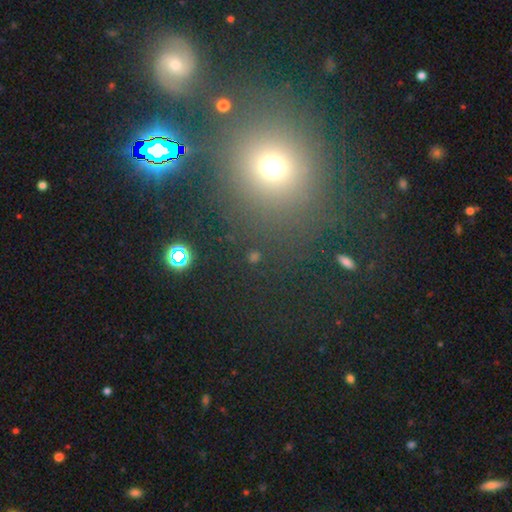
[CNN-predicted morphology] Smooth or featured? smooth (49%)
Merging? none (83%)